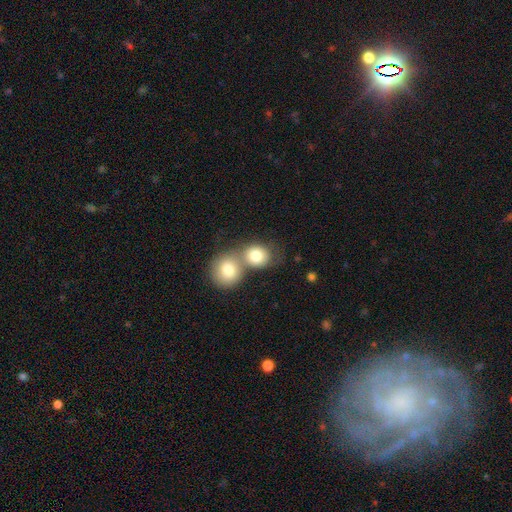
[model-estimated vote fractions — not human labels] This appears to be a smooth galaxy with no disk features (78%) that is round (75%). Merging: merger (61%).